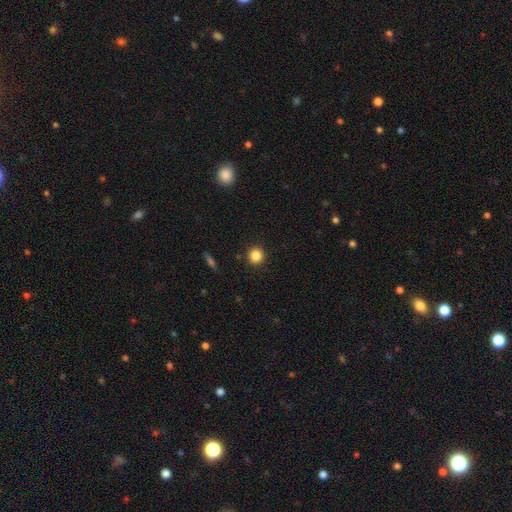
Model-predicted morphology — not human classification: smooth_or_featured: smooth (p=0.85) [alt: star or artifact p=0.11]
how_rounded: round (p=0.93) [alt: in between p=0.06]
merging: none (p=0.91) [alt: minor disturbance p=0.05]